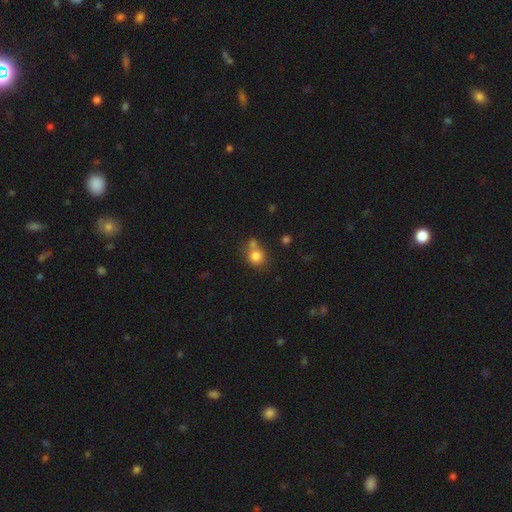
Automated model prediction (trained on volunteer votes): Q: Smooth or featured?
A: smooth (81%); runner-up: star or artifact (11%)
Q: How rounded?
A: round (81%); runner-up: in between (18%)
Q: Merging?
A: none (54%); runner-up: merger (31%)